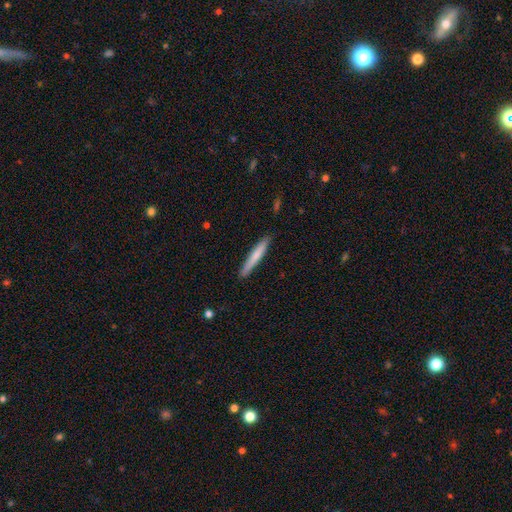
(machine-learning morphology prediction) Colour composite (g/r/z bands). It shows a smooth galaxy with no disk features (71%) that is cigar-shaped (95%). Merging: none (88%).